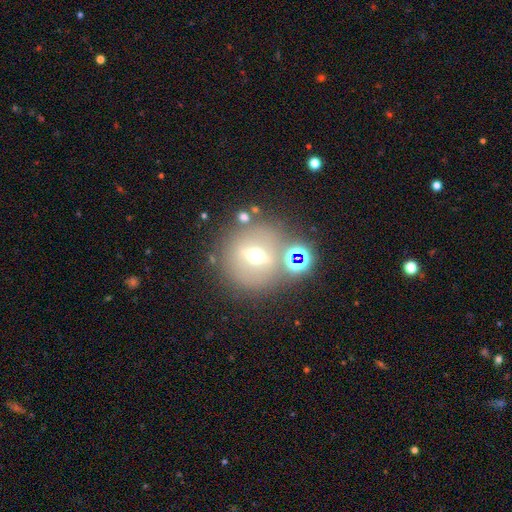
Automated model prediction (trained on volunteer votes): Overall: featured or disk (48%; smooth 34%). Merging: none (75%).